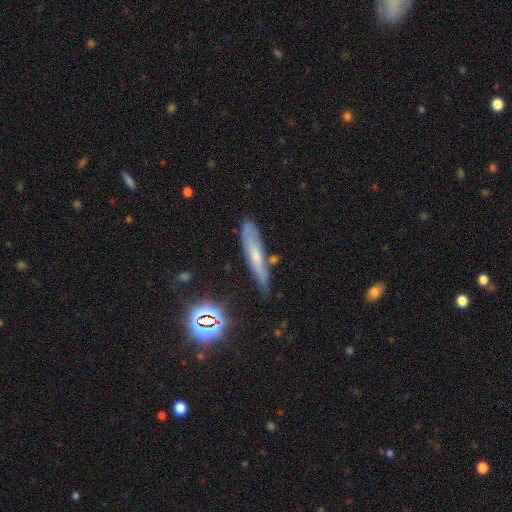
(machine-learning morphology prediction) smooth_or_featured: smooth (p=0.47) [alt: featured or disk p=0.39]
merging: none (p=0.64) [alt: minor disturbance p=0.25]